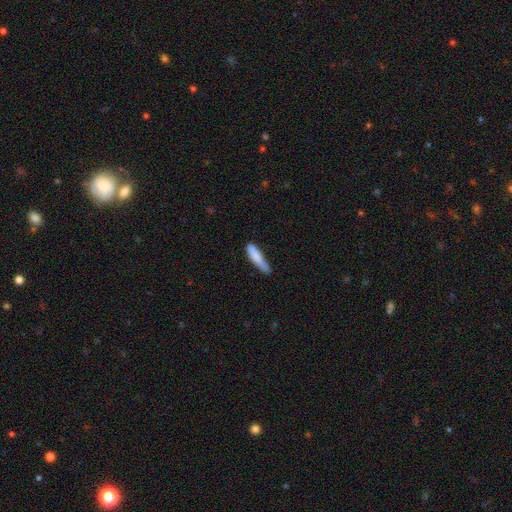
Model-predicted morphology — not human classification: smooth_or_featured: smooth (p=0.82) [alt: featured or disk p=0.12]
how_rounded: cigar-shaped (p=0.83) [alt: in between p=0.16]
merging: none (p=0.54) [alt: minor disturbance p=0.34]